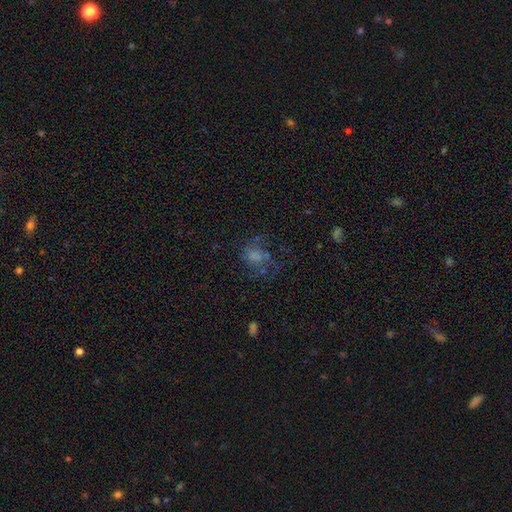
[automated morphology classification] Smooth or featured? smooth (48%)
Merging? none (42%)